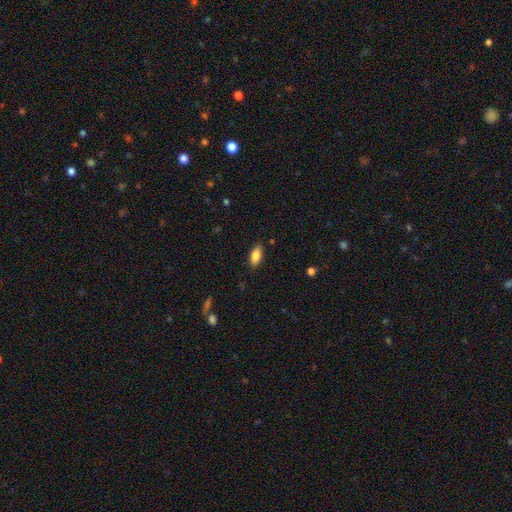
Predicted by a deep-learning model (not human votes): Smooth or featured? Predicted: smooth (p=0.82). How rounded? Predicted: in between (p=0.85). Merging? Predicted: none (p=0.86).